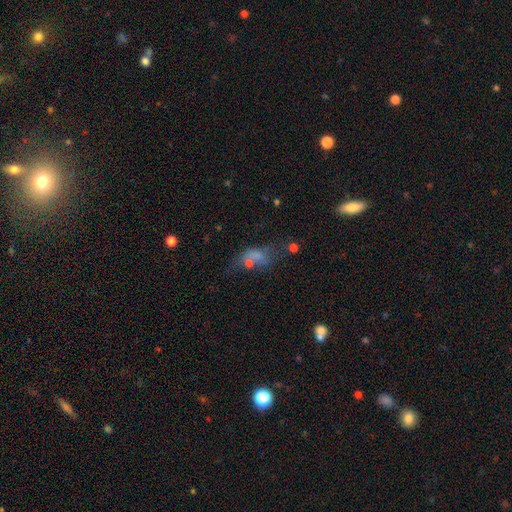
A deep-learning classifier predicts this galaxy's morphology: This appears to be a smooth galaxy with no disk features (48%). Merging: none (39%).